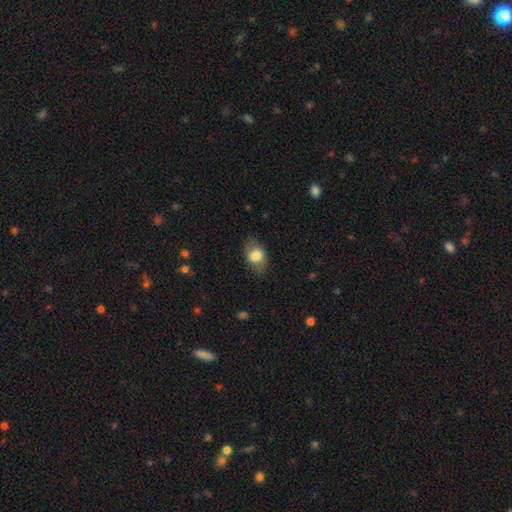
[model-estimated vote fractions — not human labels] Smooth or featured? Predicted: smooth (p=0.76). How rounded? Predicted: in between (p=0.75). Merging? Predicted: none (p=0.76).